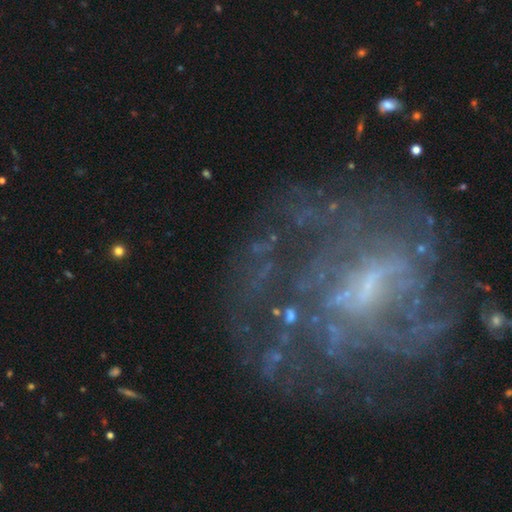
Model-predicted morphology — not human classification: Smooth or featured: featured or disk — 76% (star or artifact — 14%)
Edge-on disk: no — 97% (yes — 3%)
Bar: weak — 45% (no — 36%)
Spiral arms: yes — 67% (no — 33%)
Bulge size: small — 49% (none — 28%)
Merging: none — 54% (major disturbance — 27%)